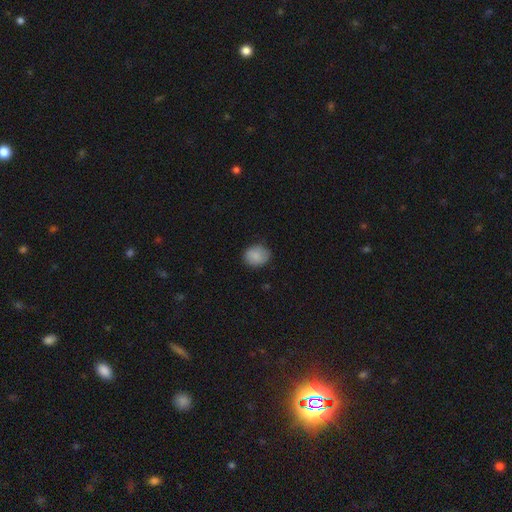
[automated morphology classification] Smooth or featured? smooth (87%)
How rounded? round (57%)
Merging? none (82%)